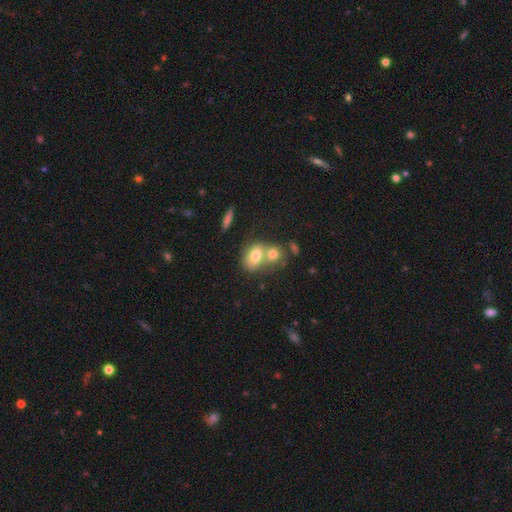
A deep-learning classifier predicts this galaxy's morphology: A smooth galaxy with no disk features (73%) that is in between round and cigar-shaped (73%). Merging: merger (61%).